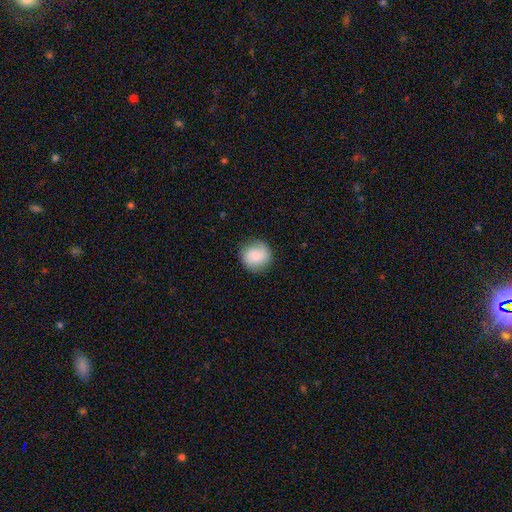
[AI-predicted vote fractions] The model was most divided on "smooth or featured": smooth: 78%, featured or disk: 14%, star or artifact: 7%. More confident: how rounded — round (91%); merging — none (84%).